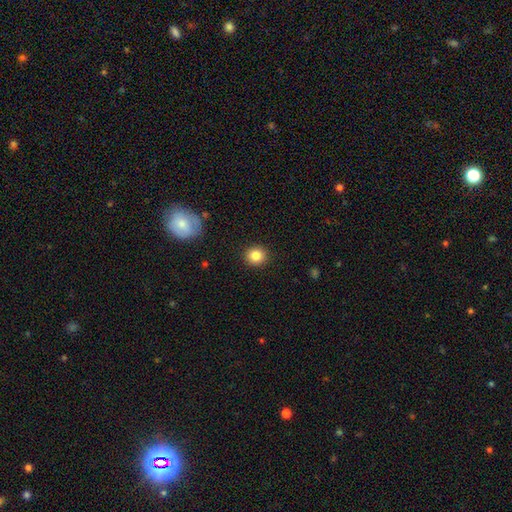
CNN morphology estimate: The model was most divided on "smooth or featured": smooth: 84%, star or artifact: 10%, featured or disk: 6%. More confident: merging — none (91%); how rounded — round (88%).